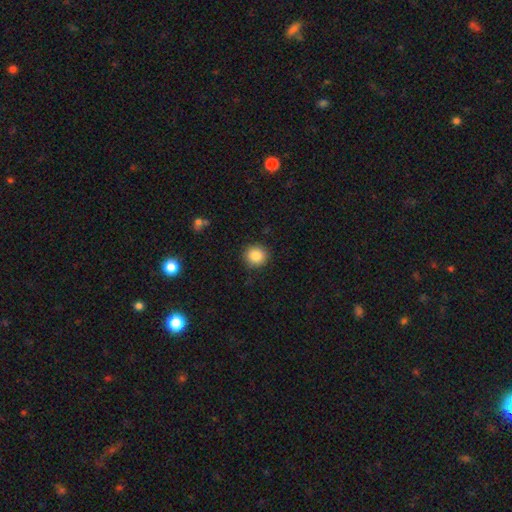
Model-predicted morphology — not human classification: Smooth or featured? Predicted: smooth (p=0.86). How rounded? Predicted: round (p=0.90). Merging? Predicted: none (p=0.89).